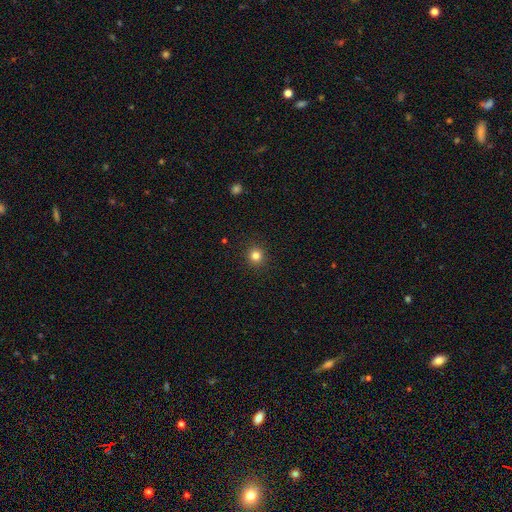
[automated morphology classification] Q: Smooth or featured?
A: smooth (82%); runner-up: star or artifact (13%)
Q: How rounded?
A: round (94%); runner-up: in between (5%)
Q: Merging?
A: none (92%); runner-up: minor disturbance (5%)